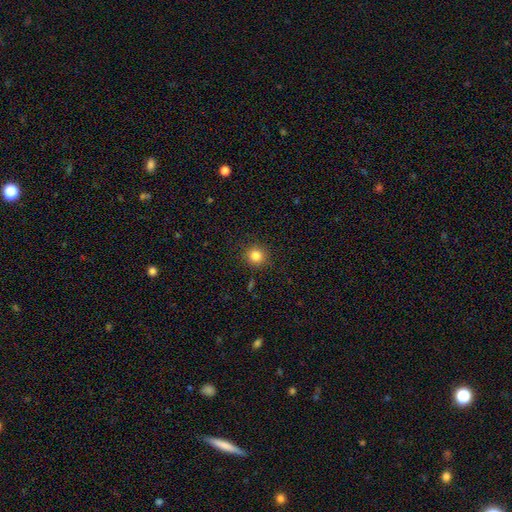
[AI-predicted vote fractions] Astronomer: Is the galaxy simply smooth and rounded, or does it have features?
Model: smooth — 83%.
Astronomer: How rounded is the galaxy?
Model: round — 92%.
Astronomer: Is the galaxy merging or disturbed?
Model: none — 90%.